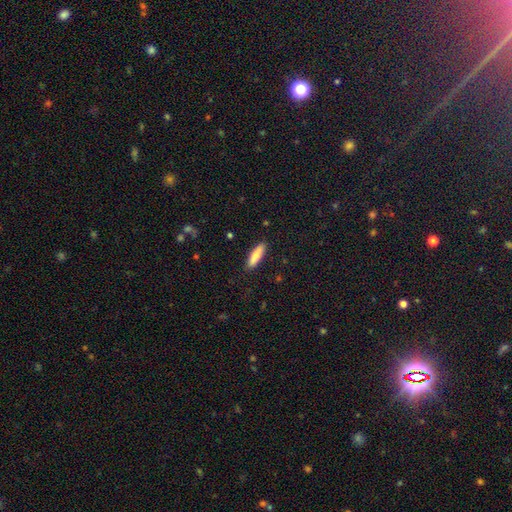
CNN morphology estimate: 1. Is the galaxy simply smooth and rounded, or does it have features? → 81% smooth, 13% featured or disk, 6% star or artifact.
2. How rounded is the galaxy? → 64% cigar-shaped, 35% in between, 2% round.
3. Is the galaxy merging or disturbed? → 89% none, 8% minor disturbance, 2% major disturbance, 1% merger.